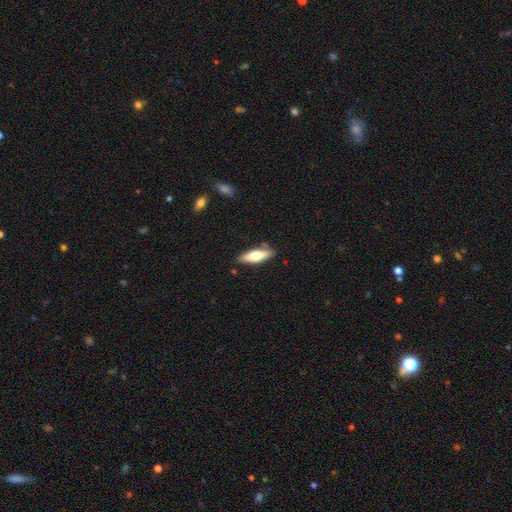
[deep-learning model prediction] smooth-or-featured: smooth: 58% | featured or disk: 36% | star or artifact: 6%
  how-rounded: cigar-shaped: 52% | in between: 46% | round: 2%
  merging: none: 81% | minor disturbance: 13% | merger: 3% | major disturbance: 3%